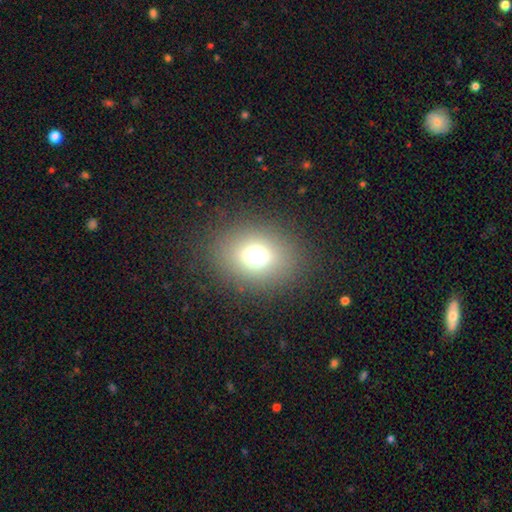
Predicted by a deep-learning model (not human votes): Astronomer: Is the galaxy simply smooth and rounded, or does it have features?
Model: smooth — 67%.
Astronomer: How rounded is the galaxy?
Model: round — 52% (runner-up: in between, 47%).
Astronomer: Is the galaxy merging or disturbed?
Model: none — 84%.